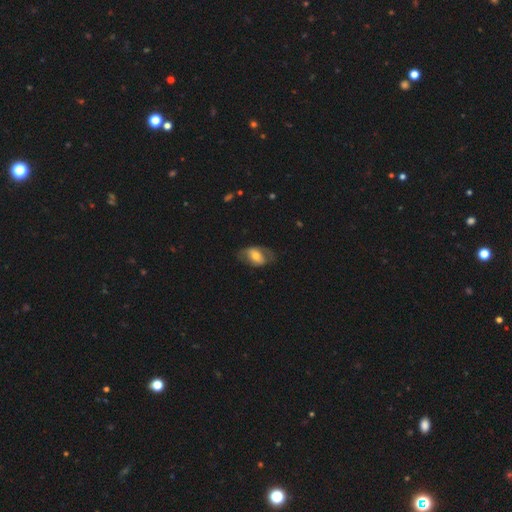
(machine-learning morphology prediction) smooth_or_featured: smooth (p=0.48) [alt: featured or disk p=0.46]
merging: none (p=0.59) [alt: minor disturbance p=0.24]